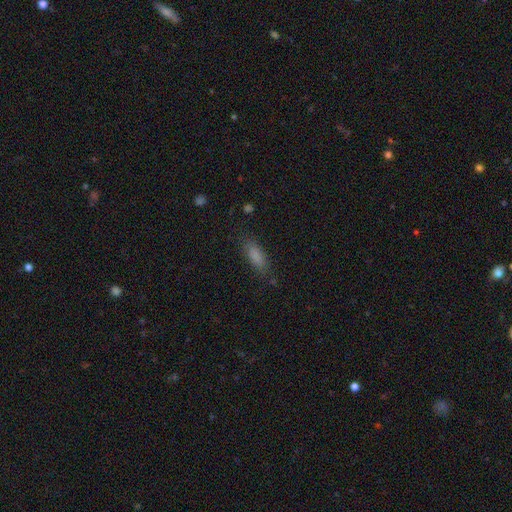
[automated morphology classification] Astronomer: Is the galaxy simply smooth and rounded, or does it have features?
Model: smooth — 83%.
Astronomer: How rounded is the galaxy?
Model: in between — 62%.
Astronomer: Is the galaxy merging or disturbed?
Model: none — 81%.